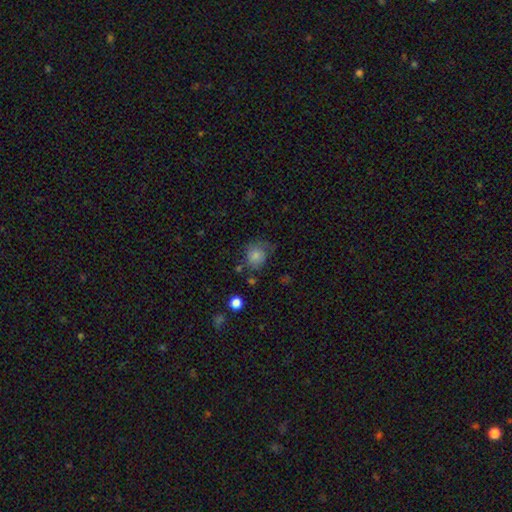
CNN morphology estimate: Smooth or featured: smooth — 79% (featured or disk — 11%)
How rounded: round — 78% (in between — 21%)
Merging: none — 52% (minor disturbance — 28%)